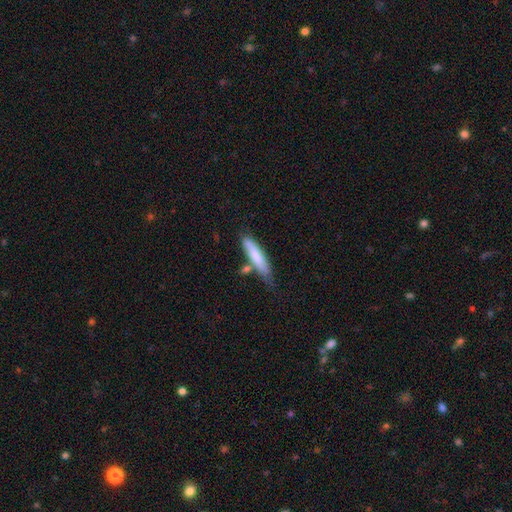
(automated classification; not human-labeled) Smooth or featured?
  - smooth: 74% *
  - featured or disk: 20%
  - star or artifact: 6%
How rounded?
  - cigar-shaped: 83% *
  - in between: 16%
  - round: 1%
Merging?
  - none: 58% *
  - minor disturbance: 24%
  - merger: 13%
  - major disturbance: 6%